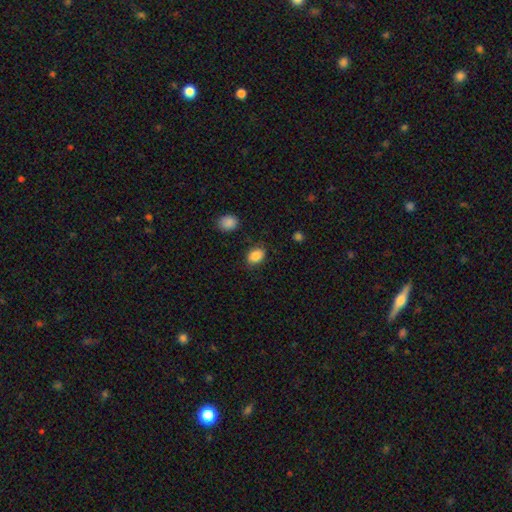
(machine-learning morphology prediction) smooth-or-featured: smooth: 87% | star or artifact: 8% | featured or disk: 5%
  how-rounded: in between: 71% | round: 28% | cigar-shaped: 1%
  merging: none: 82% | minor disturbance: 13% | major disturbance: 4% | merger: 2%